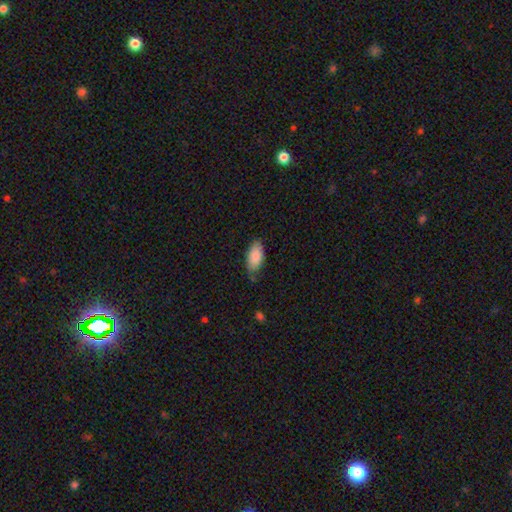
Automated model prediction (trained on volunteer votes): smooth_or_featured: smooth (p=0.86) [alt: featured or disk p=0.08]
how_rounded: in between (p=0.93) [alt: cigar-shaped p=0.05]
merging: none (p=0.70) [alt: minor disturbance p=0.24]